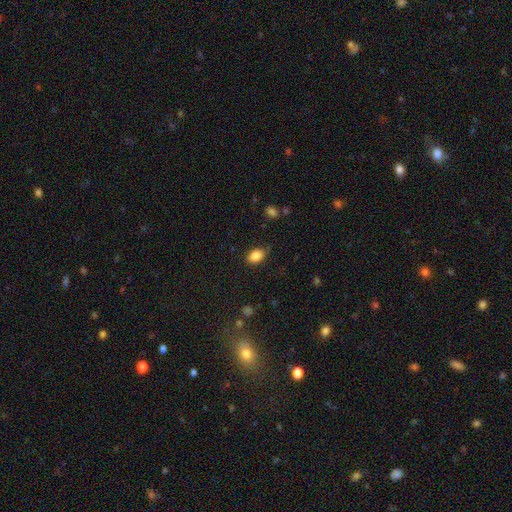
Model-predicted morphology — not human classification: Smooth or featured? smooth (86%)
How rounded? in between (81%)
Merging? none (77%)